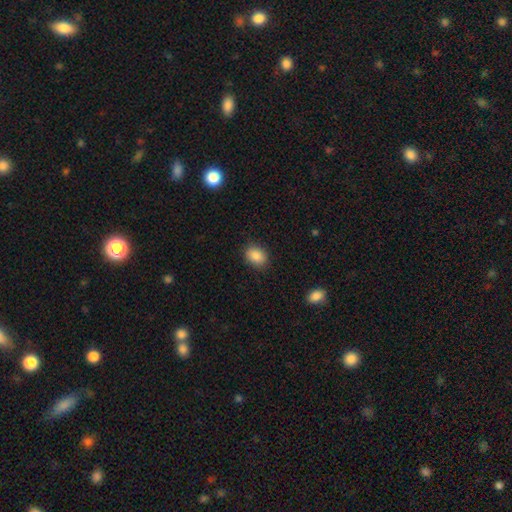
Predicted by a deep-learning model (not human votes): Morphology: type=smooth (87%); roundness=in between (62%); merging=none (86%).